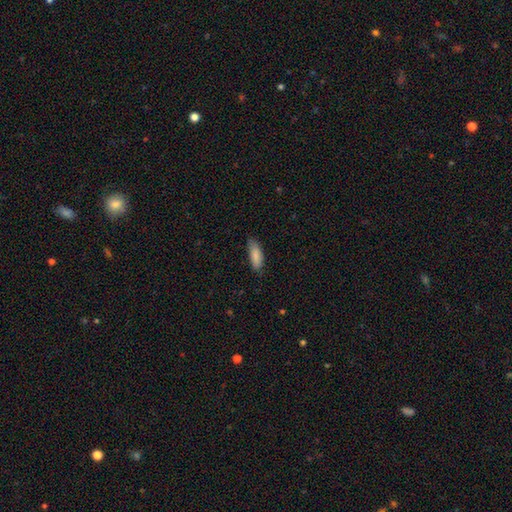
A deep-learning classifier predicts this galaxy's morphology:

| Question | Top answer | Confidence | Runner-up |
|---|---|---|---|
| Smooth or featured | smooth | 86% | featured or disk (7%) |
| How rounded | in between | 66% | cigar-shaped (32%) |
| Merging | none | 72% | minor disturbance (23%) |